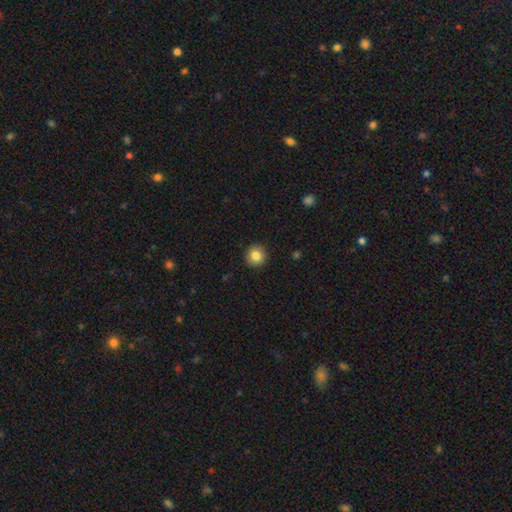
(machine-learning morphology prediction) type=smooth (83%); roundness=round (93%); merging=none (92%).